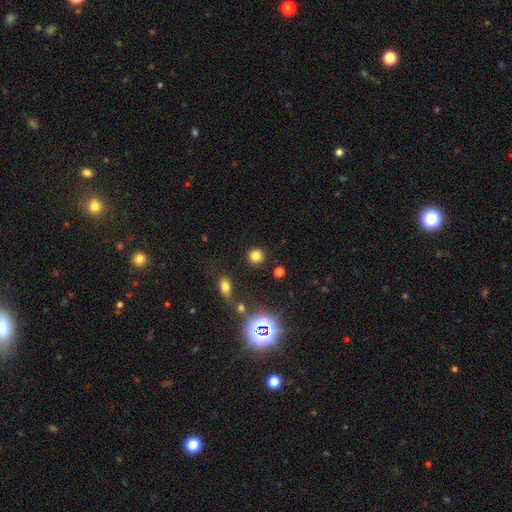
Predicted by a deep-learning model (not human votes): Smooth or featured? smooth (77%)
How rounded? round (91%)
Merging? none (88%)